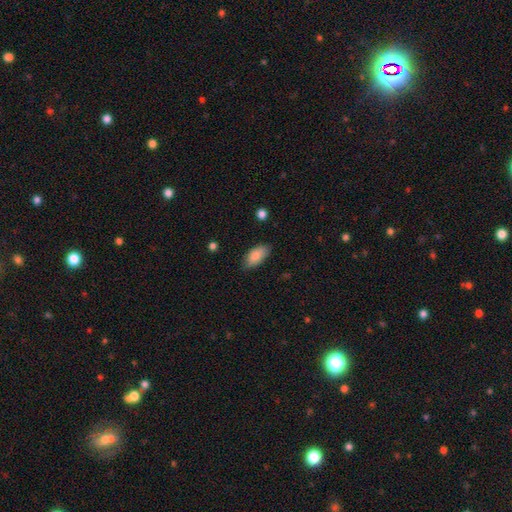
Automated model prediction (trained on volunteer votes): Smooth or featured? Predicted: smooth (p=0.86). How rounded? Predicted: in between (p=0.91). Merging? Predicted: none (p=0.80).